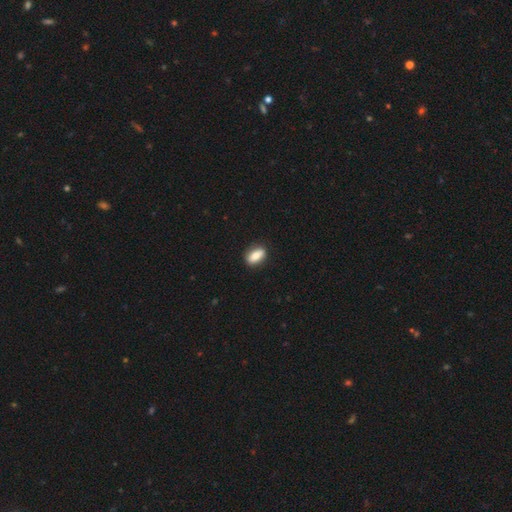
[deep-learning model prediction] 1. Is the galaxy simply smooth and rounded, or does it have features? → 75% smooth, 18% featured or disk, 7% star or artifact.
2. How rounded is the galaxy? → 84% in between, 8% round, 8% cigar-shaped.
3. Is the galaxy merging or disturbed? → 86% none, 10% minor disturbance, 2% major disturbance, 1% merger.